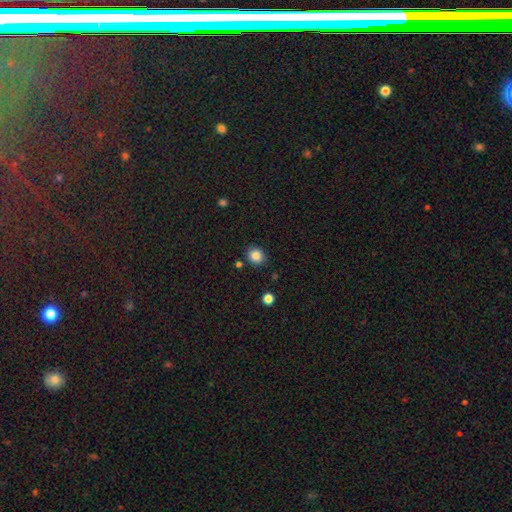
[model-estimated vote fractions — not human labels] Smooth or featured?
  - smooth: 85% *
  - star or artifact: 10%
  - featured or disk: 4%
How rounded?
  - round: 74% *
  - in between: 25%
  - cigar-shaped: 1%
Merging?
  - none: 85% *
  - minor disturbance: 9%
  - merger: 3%
  - major disturbance: 2%